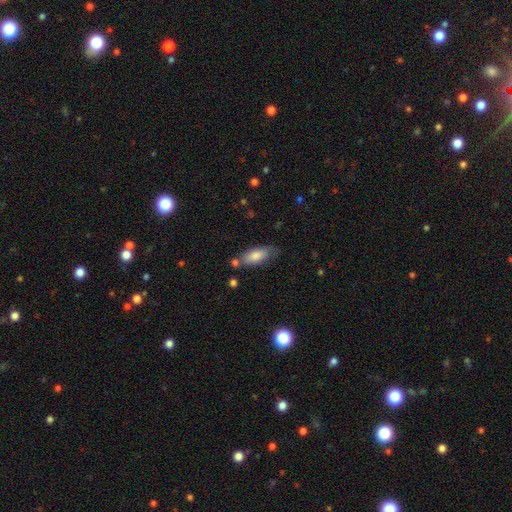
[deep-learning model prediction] Smooth or featured: smooth — 78% (featured or disk — 15%)
How rounded: in between — 82% (cigar-shaped — 15%)
Merging: none — 59% (minor disturbance — 24%)